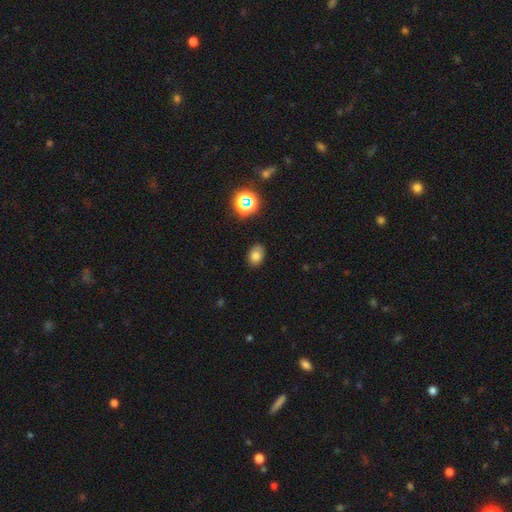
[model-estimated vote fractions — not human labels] A smooth galaxy with no disk features (76%) that is in between round and cigar-shaped (76%).

Vote fractions:
- Smooth or featured? smooth: 76% / star or artifact: 14% / featured or disk: 9%
- How rounded? in between: 76% / round: 23% / cigar-shaped: 1%
- Merging? none: 84% / minor disturbance: 12% / major disturbance: 3% / merger: 1%